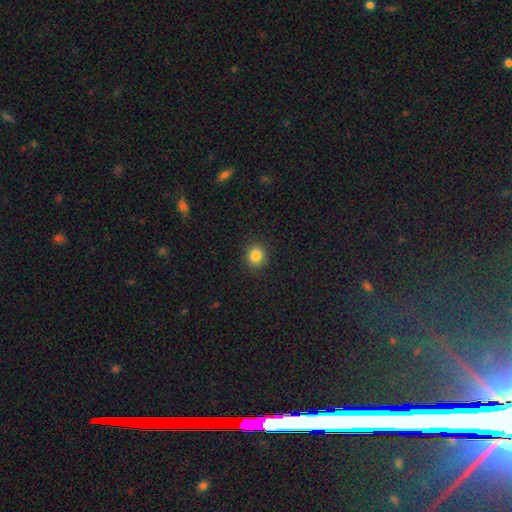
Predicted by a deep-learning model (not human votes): Smooth or featured? Predicted: smooth (p=0.85). How rounded? Predicted: round (p=0.85). Merging? Predicted: none (p=0.90).